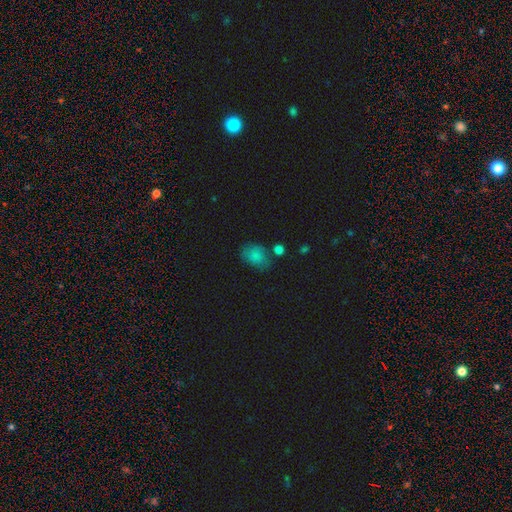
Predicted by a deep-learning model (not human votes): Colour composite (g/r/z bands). It shows a smooth galaxy with no disk features (81%) that is in between round and cigar-shaped (71%). Merging: none (59%).